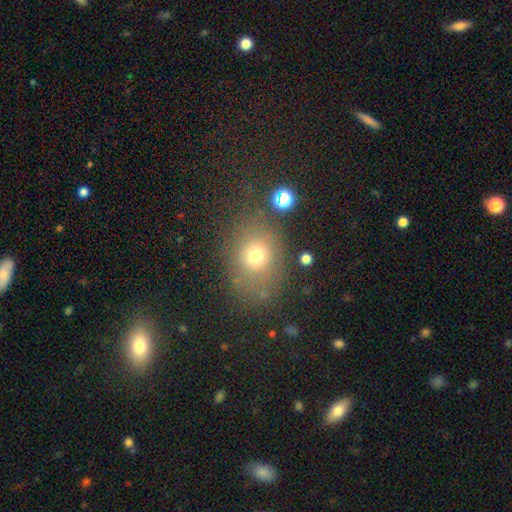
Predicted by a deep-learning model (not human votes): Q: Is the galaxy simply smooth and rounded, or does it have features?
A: smooth — 68%.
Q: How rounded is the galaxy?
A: round — 50%.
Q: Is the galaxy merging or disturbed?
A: none — 67%.